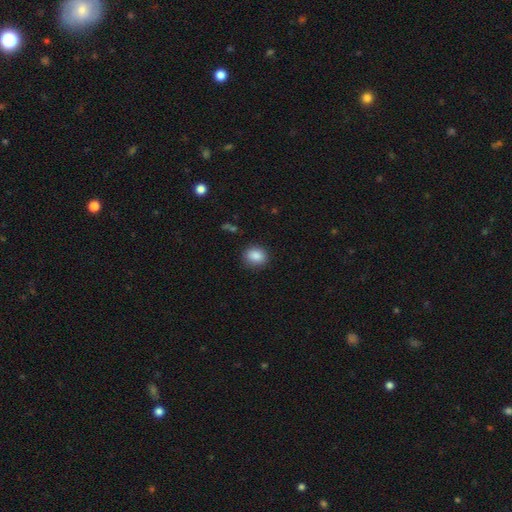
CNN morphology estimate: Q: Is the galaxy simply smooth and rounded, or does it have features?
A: smooth — 87%.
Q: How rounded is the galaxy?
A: round — 62%.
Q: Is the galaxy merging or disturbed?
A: none — 86%.